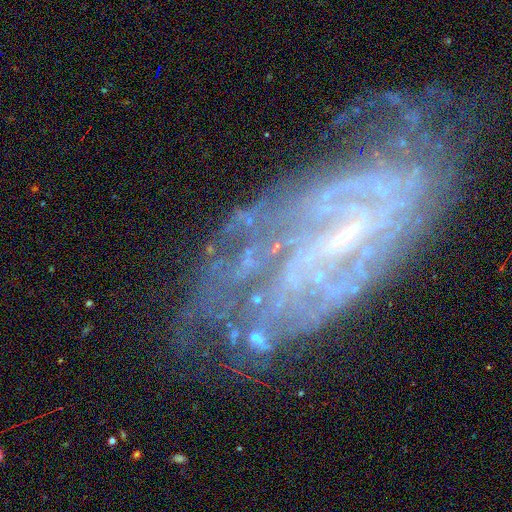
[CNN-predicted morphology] A featured or disk galaxy (81%) with a weak bar (44%), tight (60%) spiral arms (82%) and a small central bulge (69%). Merging: none (61%).